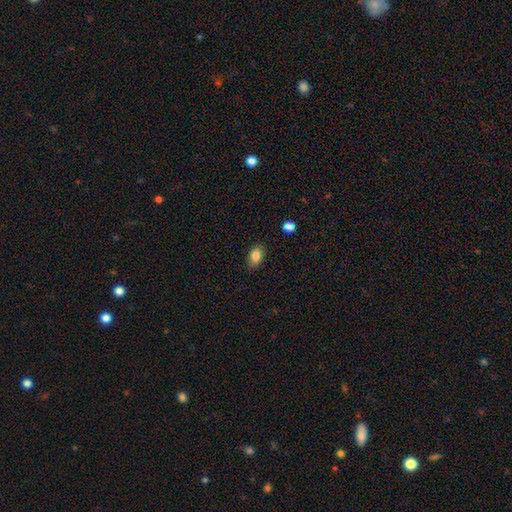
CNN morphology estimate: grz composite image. It shows a smooth galaxy with no disk features (84%) that is in between round and cigar-shaped (86%). Merging: none (83%).